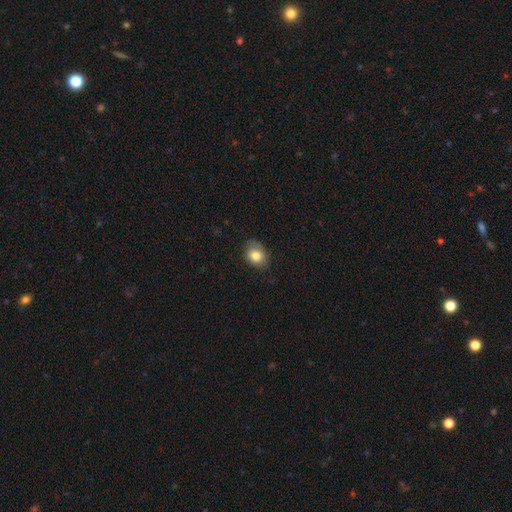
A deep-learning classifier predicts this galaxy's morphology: A smooth galaxy with no disk features (82%) that is in between round and cigar-shaped (60%). Merging: none (72%).